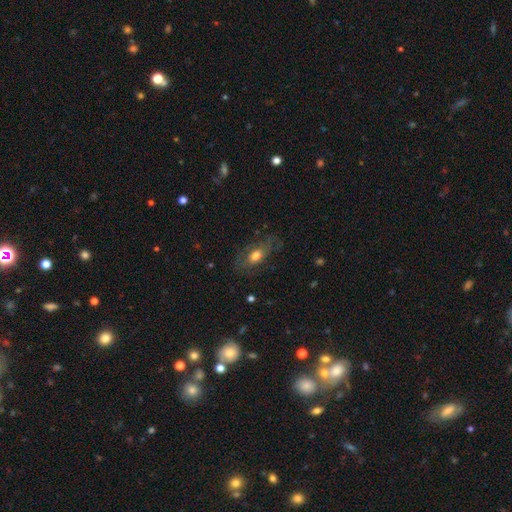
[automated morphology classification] Q: Smooth or featured?
A: smooth (53%); runner-up: featured or disk (39%)
Q: How rounded?
A: in between (82%); runner-up: cigar-shaped (10%)
Q: Merging?
A: none (64%); runner-up: minor disturbance (22%)